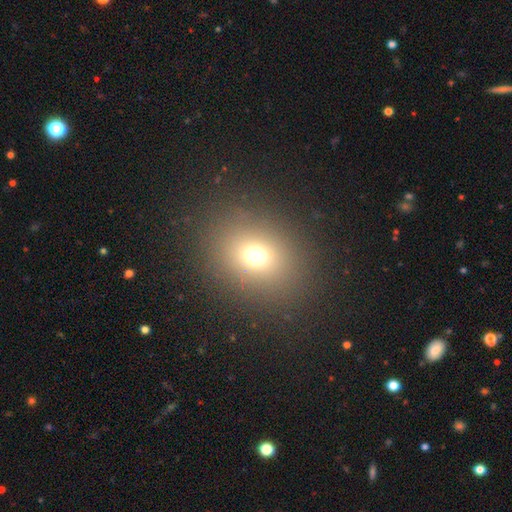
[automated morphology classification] smooth-or-featured: smooth: 69% | star or artifact: 21% | featured or disk: 10%
  how-rounded: round: 60% | in between: 39% | cigar-shaped: 1%
  merging: none: 89% | minor disturbance: 7% | major disturbance: 3% | merger: 1%